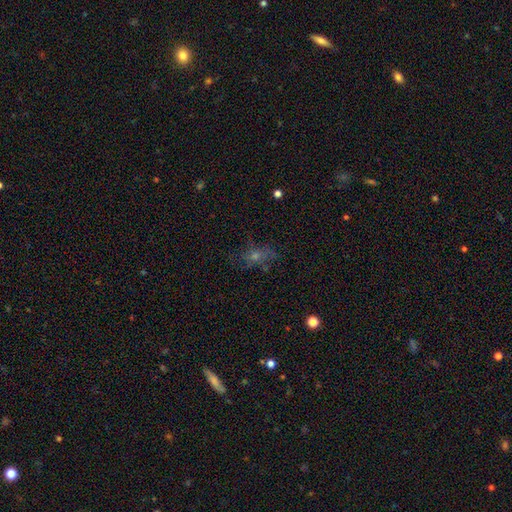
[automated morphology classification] Q: Smooth or featured?
A: smooth (36%); runner-up: featured or disk (35%)
Q: Merging?
A: none (65%); runner-up: minor disturbance (19%)